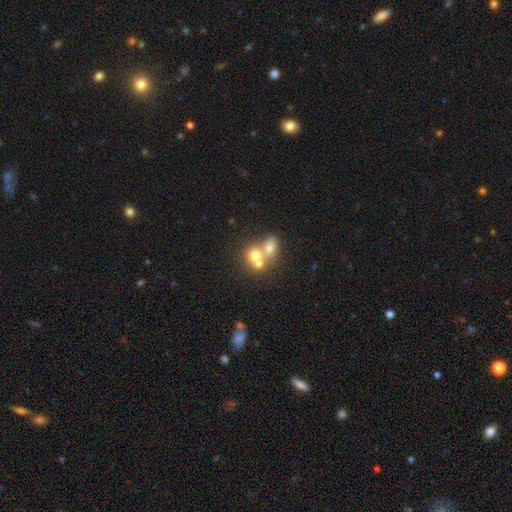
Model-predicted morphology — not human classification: Smooth or featured? Predicted: smooth (p=0.65). How rounded? Predicted: round (p=0.64). Merging? Predicted: merger (p=0.66).